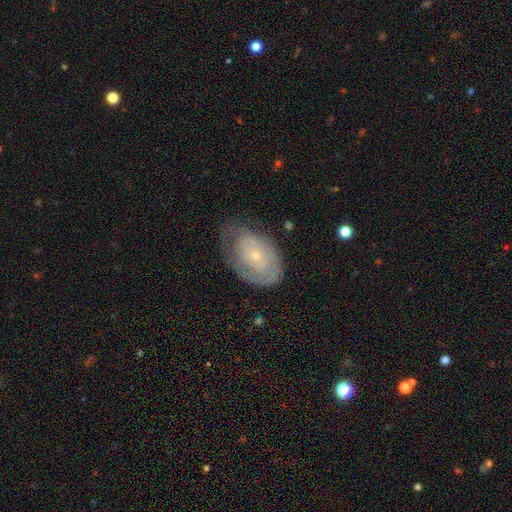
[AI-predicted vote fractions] smooth-or-featured: featured or disk: 55% | smooth: 38% | star or artifact: 6%
  disk-edge-on: no: 94% | yes: 6%
    bar: no: 86% | weak: 12% | strong: 2%
    has-spiral-arms: yes: 56% | no: 44%
    bulge-size: small: 78% | moderate: 18% | none: 2% | large: 1% | dominant: 1%
  merging: none: 54% | minor disturbance: 29% | major disturbance: 15% | merger: 1%